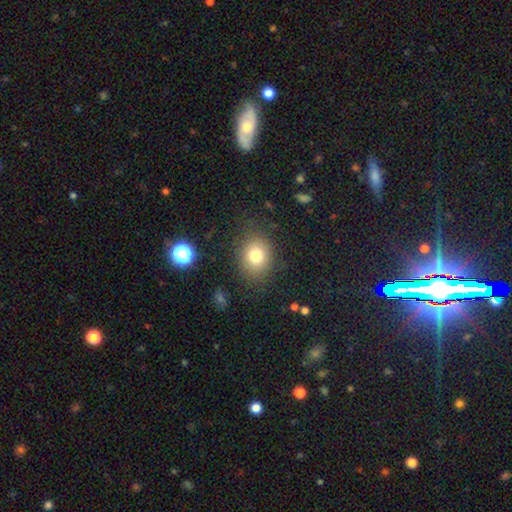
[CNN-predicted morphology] A smooth galaxy with no disk features (78%) that is round (56%). Merging: none (83%).